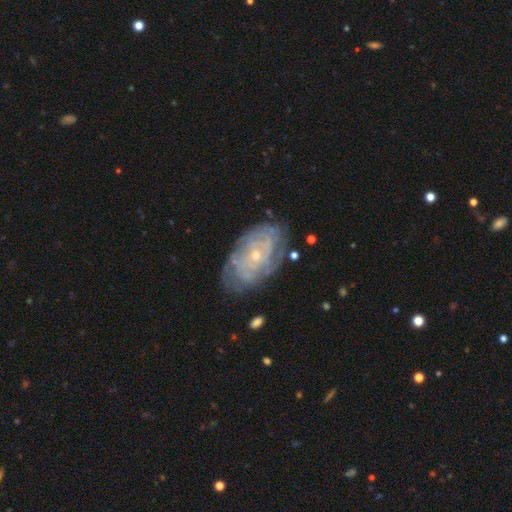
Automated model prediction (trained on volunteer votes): Q: Smooth or featured?
A: featured or disk (75%); runner-up: smooth (17%)
Q: Edge-on disk?
A: no (95%); runner-up: yes (5%)
Q: Bar?
A: no (81%); runner-up: weak (16%)
Q: Spiral arms?
A: yes (77%); runner-up: no (23%)
Q: Spiral winding?
A: tight (71%); runner-up: medium (21%)
Q: Spiral arm count?
A: can't tell (63%); runner-up: 2 (10%)
Q: Bulge size?
A: small (76%); runner-up: moderate (20%)
Q: Merging?
A: none (73%); runner-up: minor disturbance (18%)